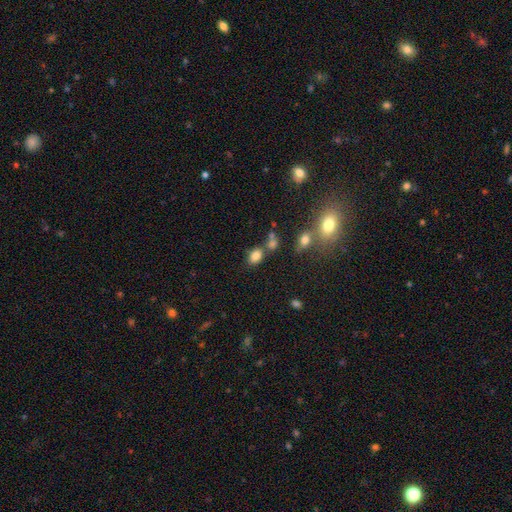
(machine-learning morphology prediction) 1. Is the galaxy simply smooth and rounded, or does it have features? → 81% smooth, 12% star or artifact, 7% featured or disk.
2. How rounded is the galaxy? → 72% in between, 26% round, 2% cigar-shaped.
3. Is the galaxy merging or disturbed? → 60% none, 22% merger, 13% minor disturbance, 5% major disturbance.